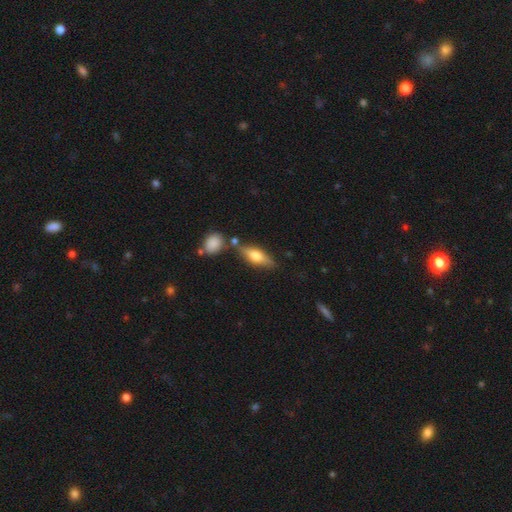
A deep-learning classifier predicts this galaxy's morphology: This appears to be a smooth galaxy with no disk features (49%). Merging: none (74%).